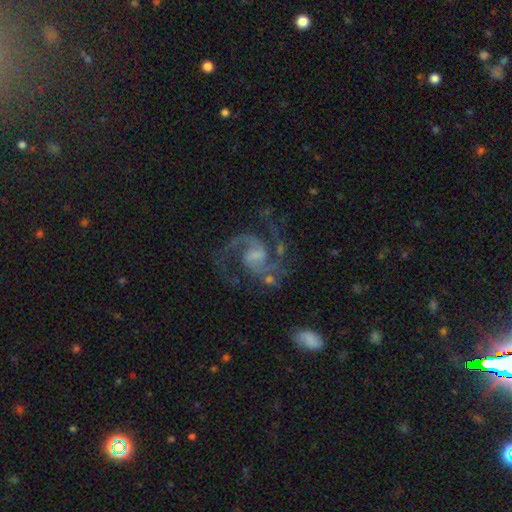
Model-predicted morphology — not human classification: smooth-or-featured: featured or disk: 92% | star or artifact: 5% | smooth: 3%
  disk-edge-on: no: 98% | yes: 2%
    bar: weak: 54% | no: 31% | strong: 15%
    has-spiral-arms: yes: 98% | no: 2%
      spiral-winding: medium: 65% | loose: 19% | tight: 16%
      spiral-arm-count: 2: 85% | 3: 6% | can't tell: 3% | 1: 2% | 4: 2% | more than 4: 2%
    bulge-size: small: 38% | none: 31% | moderate: 25% | large: 5% | dominant: 1%
  merging: none: 68% | minor disturbance: 16% | major disturbance: 13% | merger: 4%